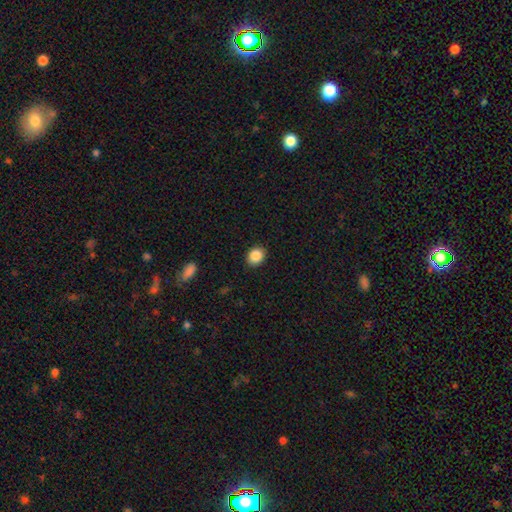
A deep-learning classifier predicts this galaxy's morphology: Smooth or featured? smooth (87%)
How rounded? round (55%)
Merging? none (90%)